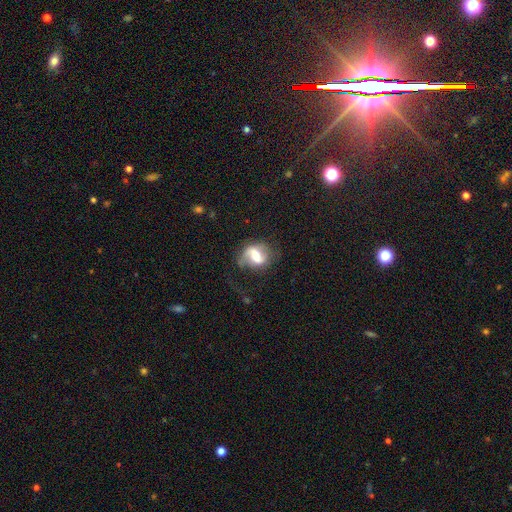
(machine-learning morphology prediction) featured or disk 59%, smooth 33%, star or artifact 8%. Down the decision tree: edge-on disk — no (95%); bar — weak (42%); spiral arms — yes (77%); bulge size — moderate (48%); merging — none (49%).